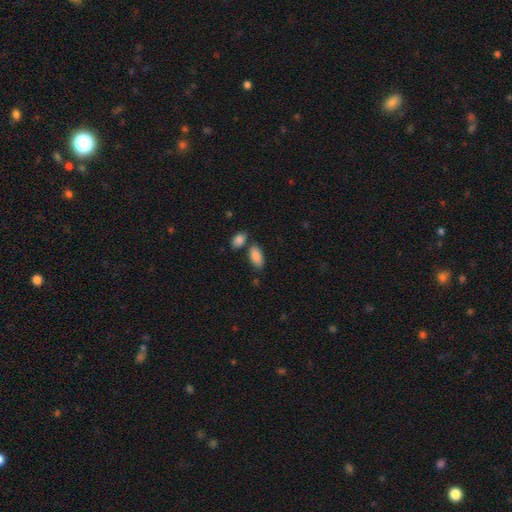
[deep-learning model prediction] This appears to be a smooth galaxy with no disk features (87%) that is in between round and cigar-shaped (93%). Merging: none (68%).